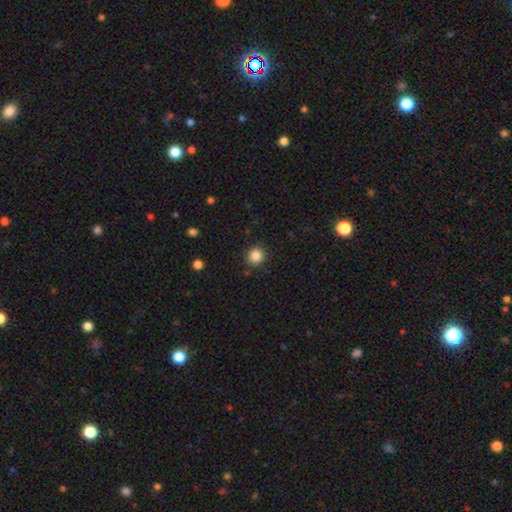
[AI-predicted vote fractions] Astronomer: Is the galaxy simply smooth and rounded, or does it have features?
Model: smooth — 85%.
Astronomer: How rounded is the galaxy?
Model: round — 90%.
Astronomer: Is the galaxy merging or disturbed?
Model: none — 89%.